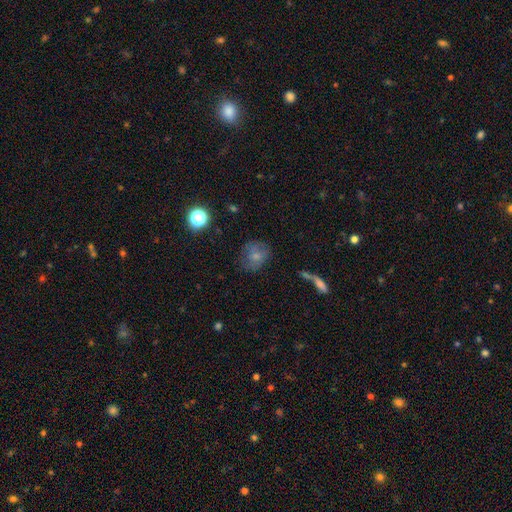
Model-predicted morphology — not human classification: The model was most divided on "how rounded": round: 63%, in between: 35%, cigar-shaped: 1%. More confident: smooth or featured — smooth (67%); merging — none (62%).